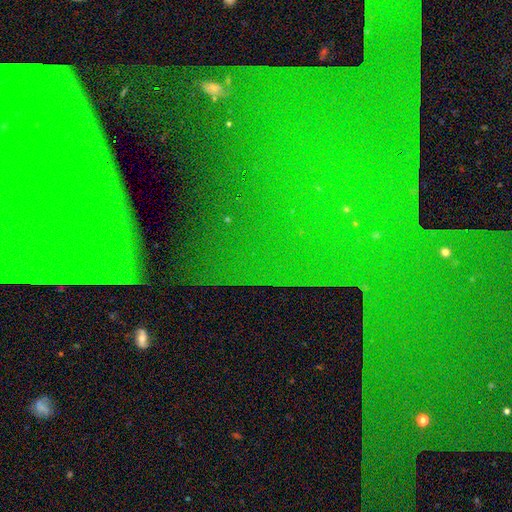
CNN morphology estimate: Q: Smooth or featured?
A: star or artifact (79%); runner-up: featured or disk (12%)